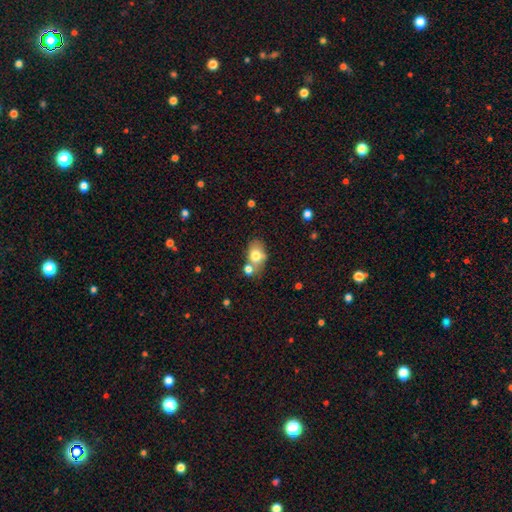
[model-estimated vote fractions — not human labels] This is likely a smooth galaxy (73%). How rounded: likely in between (75%). Merging: possibly none (50%).